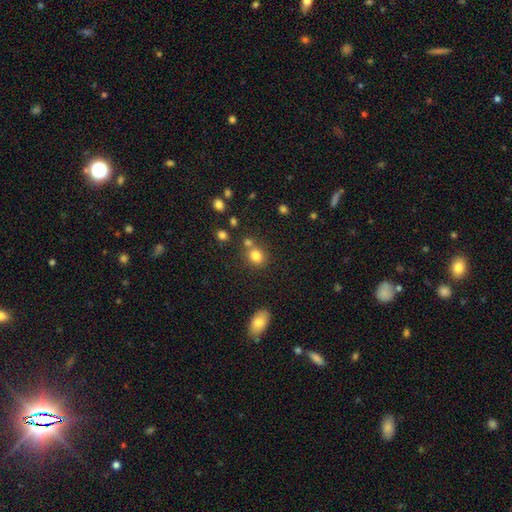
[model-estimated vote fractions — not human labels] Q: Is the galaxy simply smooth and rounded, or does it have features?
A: smooth — 81%.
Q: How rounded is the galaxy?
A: round — 63%.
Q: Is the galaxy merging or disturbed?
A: none — 59%.